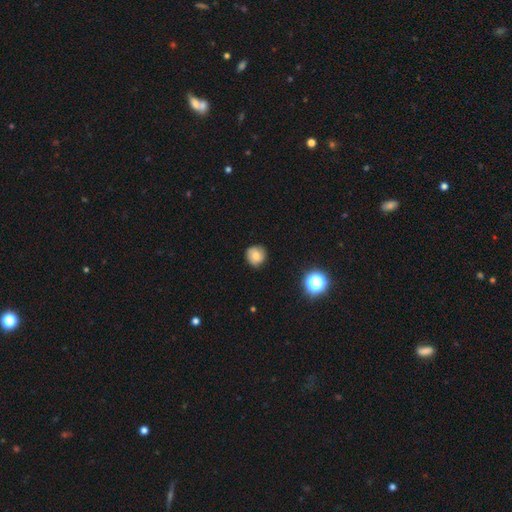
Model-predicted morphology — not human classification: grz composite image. It shows a smooth galaxy with no disk features (71%) that is round (91%). Merging: none (82%).